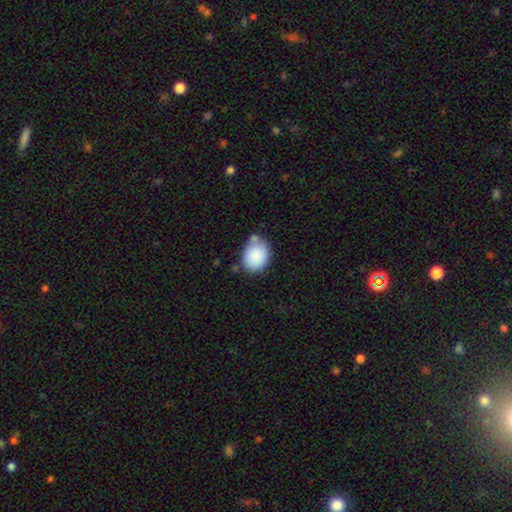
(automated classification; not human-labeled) Smooth or featured: smooth — 86% (star or artifact — 7%)
How rounded: in between — 56% (round — 43%)
Merging: none — 59% (minor disturbance — 23%)